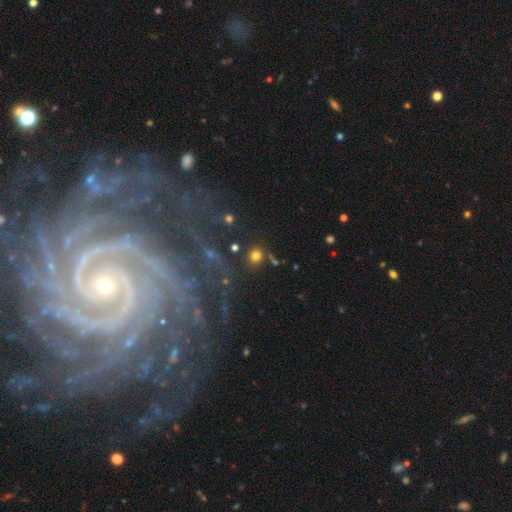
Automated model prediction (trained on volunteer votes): Smooth or featured?
  - smooth: 76% *
  - star or artifact: 15%
  - featured or disk: 8%
How rounded?
  - round: 85% *
  - in between: 14%
  - cigar-shaped: 1%
Merging?
  - none: 82% *
  - minor disturbance: 8%
  - merger: 6%
  - major disturbance: 4%